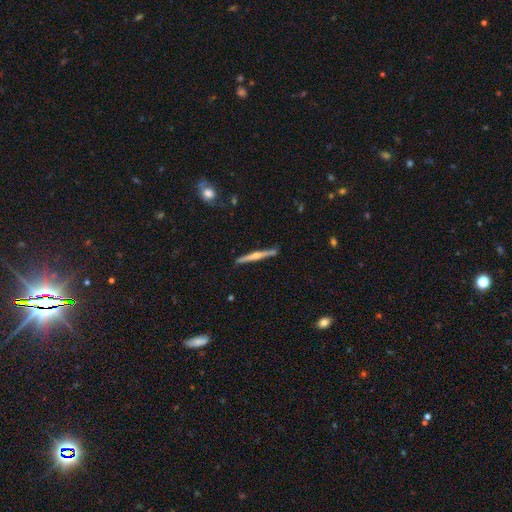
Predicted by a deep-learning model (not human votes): featured or disk 75%, smooth 20%, star or artifact 6%. Down the decision tree: edge-on disk — yes (98%); edge-on bulge — rounded (85%); merging — none (89%).